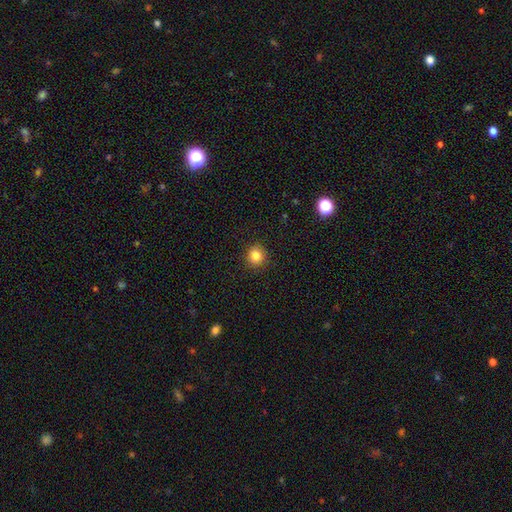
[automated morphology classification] smooth_or_featured: smooth (p=0.84) [alt: star or artifact p=0.11]
how_rounded: round (p=0.91) [alt: in between p=0.08]
merging: none (p=0.91) [alt: minor disturbance p=0.06]